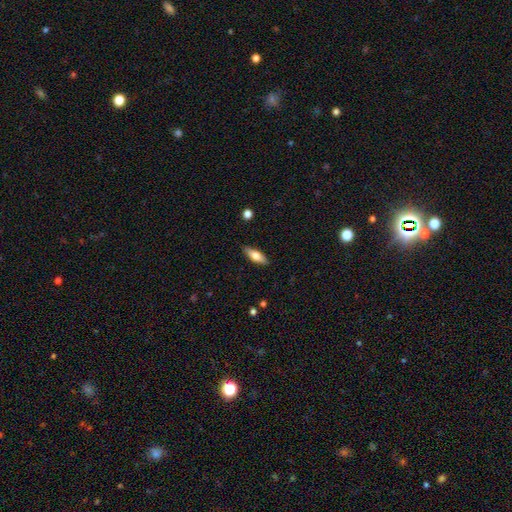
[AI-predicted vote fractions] Morphology: type=smooth (68%); roundness=in between (62%); merging=none (87%).